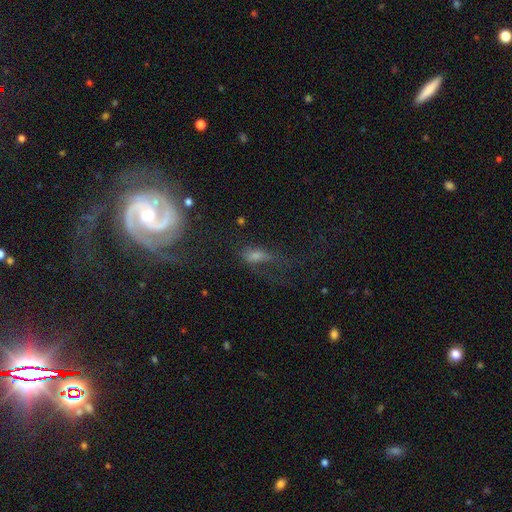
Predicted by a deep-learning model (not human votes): The model was most divided on "merging": none: 40%, major disturbance: 33%, minor disturbance: 20%, merger: 8%. Remaining: smooth or featured — featured or disk (48%).